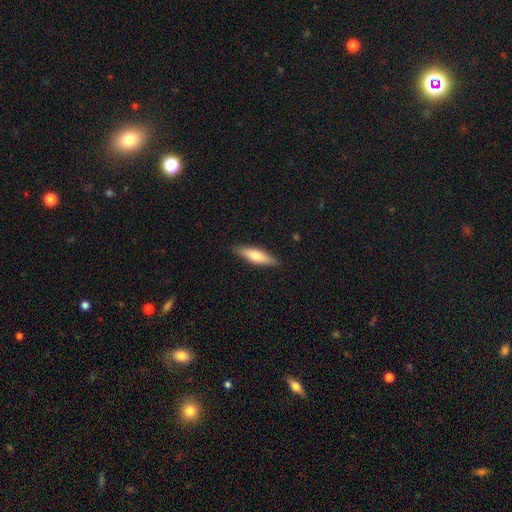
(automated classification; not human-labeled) Smooth or featured: smooth — 67% (featured or disk — 28%)
How rounded: cigar-shaped — 69% (in between — 30%)
Merging: none — 88% (minor disturbance — 9%)